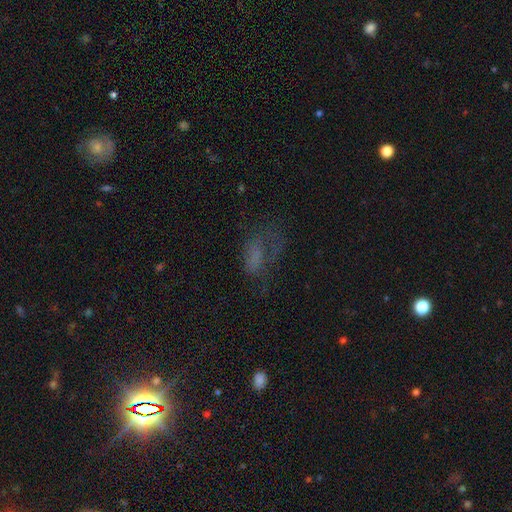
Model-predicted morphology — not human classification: Smooth or featured? smooth (48%)
Merging? major disturbance (41%)